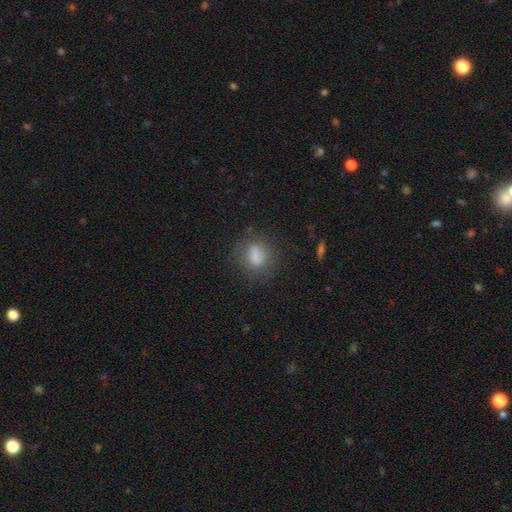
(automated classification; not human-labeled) Smooth or featured? smooth (79%)
How rounded? round (52%)
Merging? none (75%)